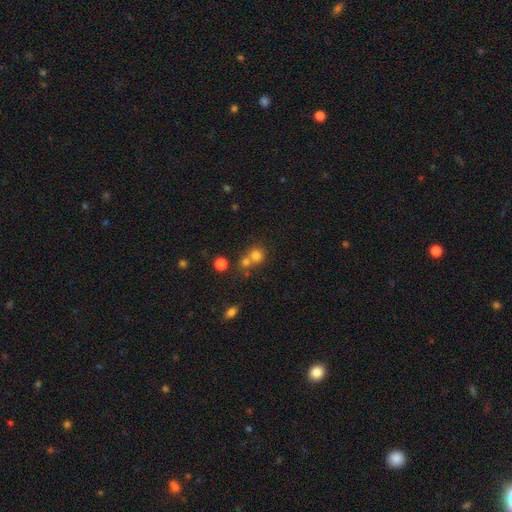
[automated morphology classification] Q: Smooth or featured?
A: smooth (75%); runner-up: star or artifact (15%)
Q: How rounded?
A: round (85%); runner-up: in between (14%)
Q: Merging?
A: none (46%); runner-up: merger (44%)